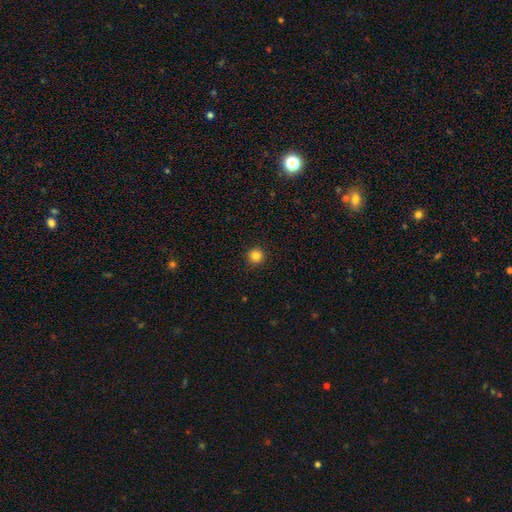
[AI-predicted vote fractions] Q: Smooth or featured?
A: smooth (84%); runner-up: star or artifact (12%)
Q: How rounded?
A: round (95%); runner-up: in between (4%)
Q: Merging?
A: none (93%); runner-up: minor disturbance (4%)